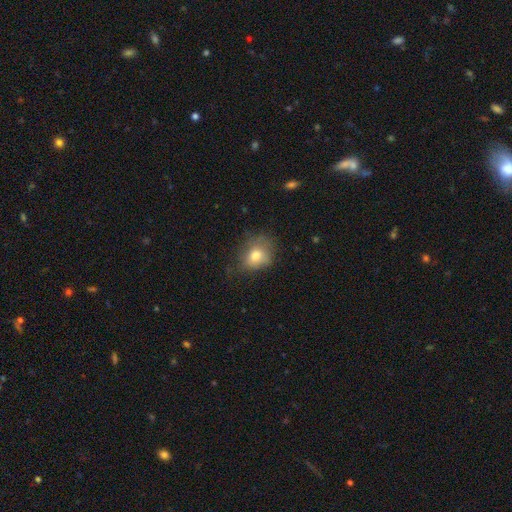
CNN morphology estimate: smooth_or_featured: smooth (p=0.76) [alt: featured or disk p=0.13]
how_rounded: round (p=0.53) [alt: in between p=0.46]
merging: none (p=0.57) [alt: minor disturbance p=0.29]